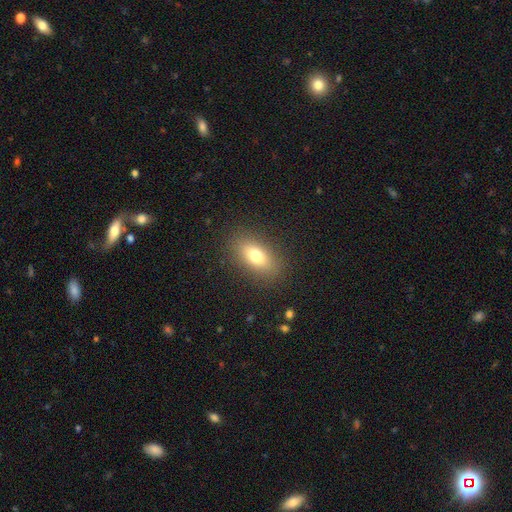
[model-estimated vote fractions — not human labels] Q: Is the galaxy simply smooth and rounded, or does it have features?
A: smooth — 75%.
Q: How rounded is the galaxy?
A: in between — 84%.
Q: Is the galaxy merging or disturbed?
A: none — 87%.